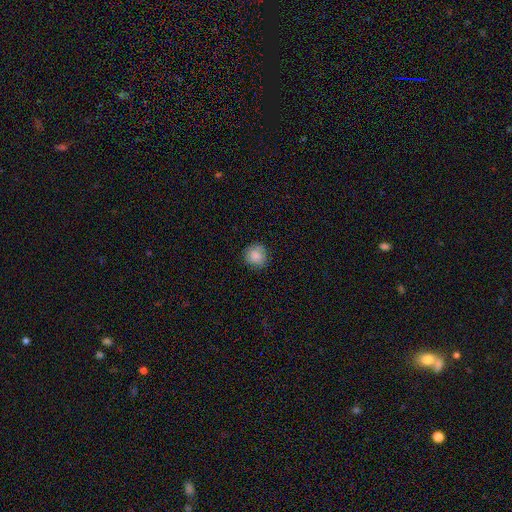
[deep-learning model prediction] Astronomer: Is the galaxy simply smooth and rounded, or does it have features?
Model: smooth — 84%.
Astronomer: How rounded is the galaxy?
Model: round — 91%.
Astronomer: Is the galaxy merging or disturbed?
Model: none — 84%.